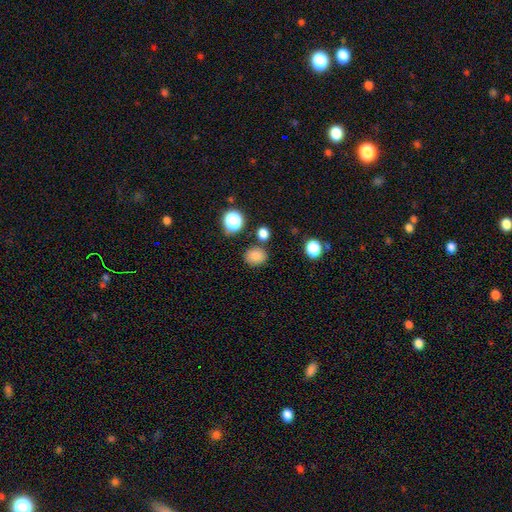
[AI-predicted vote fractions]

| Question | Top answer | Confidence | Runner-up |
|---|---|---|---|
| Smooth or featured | smooth | 82% | star or artifact (13%) |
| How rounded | round | 65% | in between (34%) |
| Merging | none | 80% | minor disturbance (10%) |